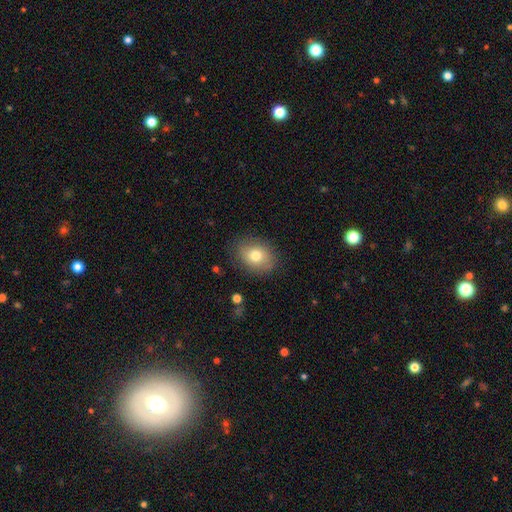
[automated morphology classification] smooth 75%, featured or disk 16%, star or artifact 9%. Down the decision tree: how rounded — in between (57%); merging — none (80%).